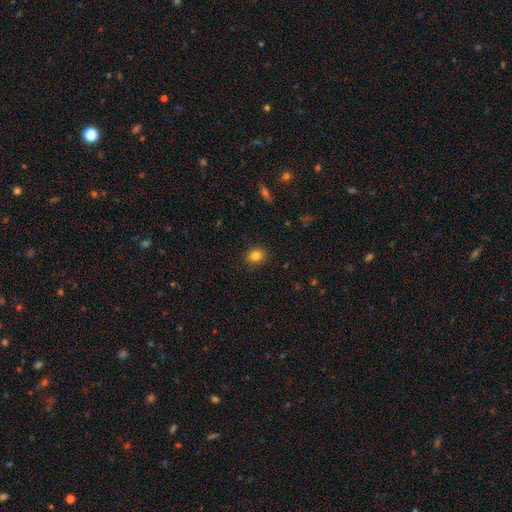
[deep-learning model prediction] Q: Smooth or featured?
A: smooth (84%); runner-up: star or artifact (11%)
Q: How rounded?
A: round (60%); runner-up: in between (39%)
Q: Merging?
A: none (89%); runner-up: minor disturbance (8%)